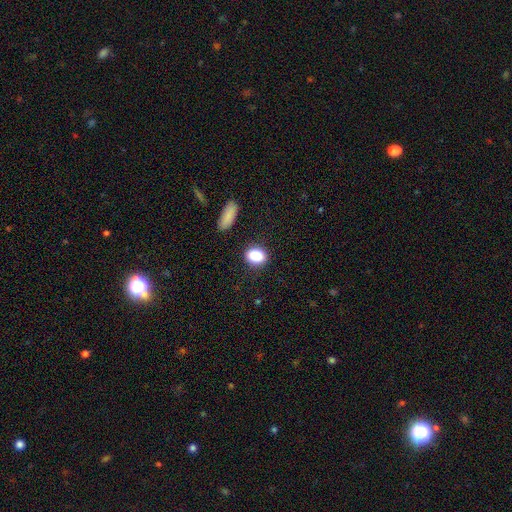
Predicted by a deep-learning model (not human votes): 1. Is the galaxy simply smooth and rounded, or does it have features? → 87% smooth, 9% star or artifact, 5% featured or disk.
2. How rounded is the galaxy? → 65% in between, 33% round, 2% cigar-shaped.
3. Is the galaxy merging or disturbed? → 82% none, 12% minor disturbance, 4% major disturbance, 3% merger.